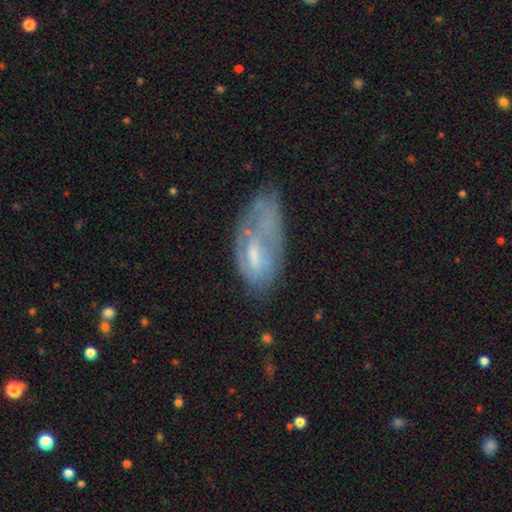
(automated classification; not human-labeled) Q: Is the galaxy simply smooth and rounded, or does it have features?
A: featured or disk — 54%.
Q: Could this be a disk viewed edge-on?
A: no — 91%.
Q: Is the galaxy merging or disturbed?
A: none — 41%.